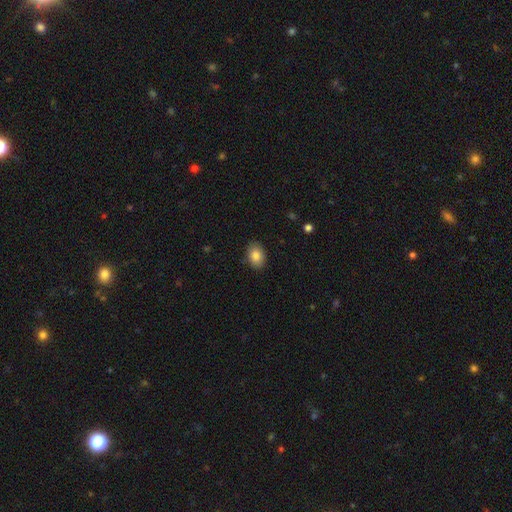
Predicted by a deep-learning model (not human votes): Smooth or featured?
  - smooth: 85% *
  - star or artifact: 8%
  - featured or disk: 7%
How rounded?
  - in between: 83% *
  - round: 16%
  - cigar-shaped: 1%
Merging?
  - none: 87% *
  - minor disturbance: 10%
  - major disturbance: 2%
  - merger: 1%